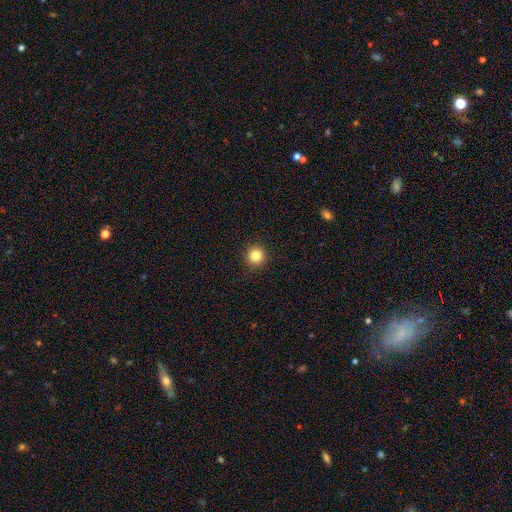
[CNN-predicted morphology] Smooth or featured? smooth (84%)
How rounded? round (95%)
Merging? none (92%)